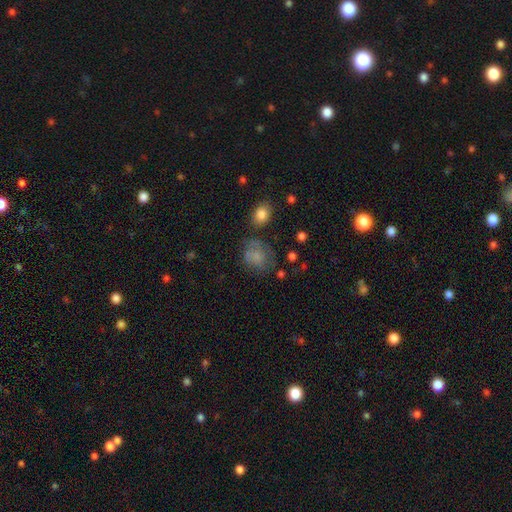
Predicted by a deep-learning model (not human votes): smooth 70%, featured or disk 17%, star or artifact 13%. Down the decision tree: how rounded — round (58%); merging — none (46%).